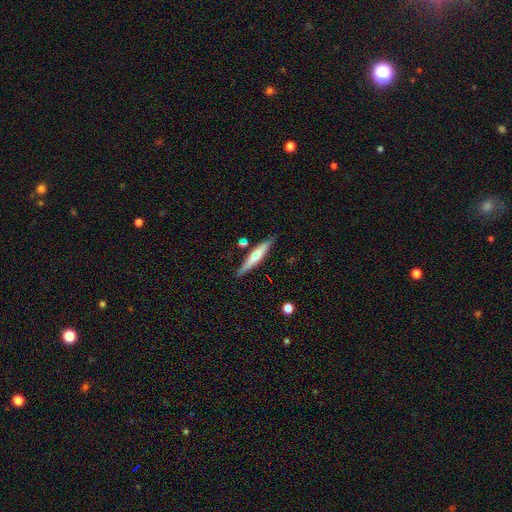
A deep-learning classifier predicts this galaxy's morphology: The model was most divided on "smooth or featured": smooth: 51%, featured or disk: 43%, star or artifact: 6%. More confident: how rounded — cigar-shaped (89%); merging — none (80%).